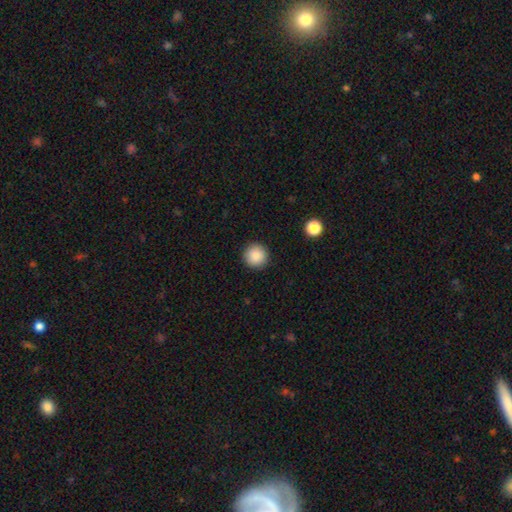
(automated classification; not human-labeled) The model was most divided on "smooth or featured": smooth: 88%, star or artifact: 9%, featured or disk: 3%. More confident: how rounded — round (96%); merging — none (92%).